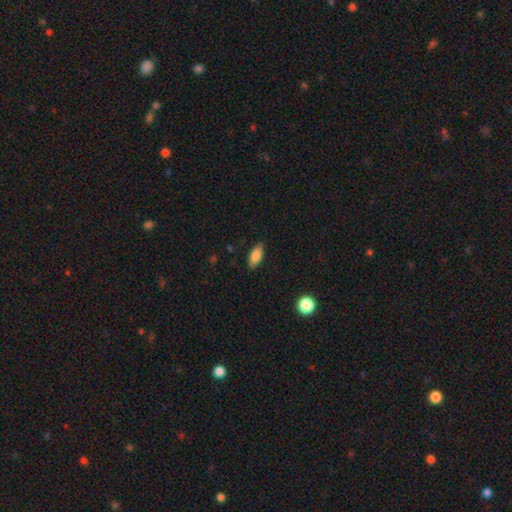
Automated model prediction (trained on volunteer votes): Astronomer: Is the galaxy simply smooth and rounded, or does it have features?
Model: smooth — 81%.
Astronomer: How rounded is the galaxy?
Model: in between — 82%.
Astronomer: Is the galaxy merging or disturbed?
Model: none — 85%.